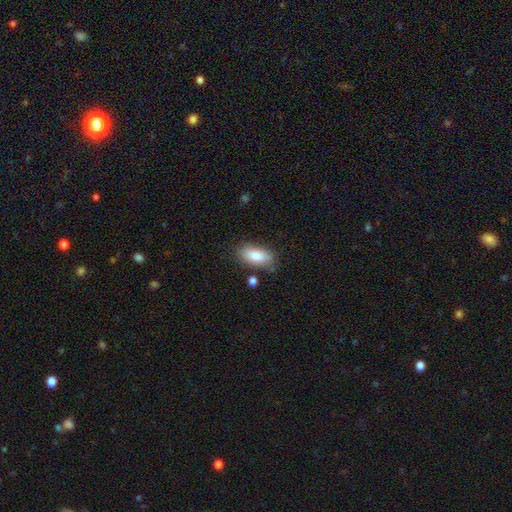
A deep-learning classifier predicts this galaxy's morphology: Smooth or featured: smooth — 82% (featured or disk — 11%)
How rounded: in between — 88% (cigar-shaped — 9%)
Merging: none — 79% (minor disturbance — 14%)